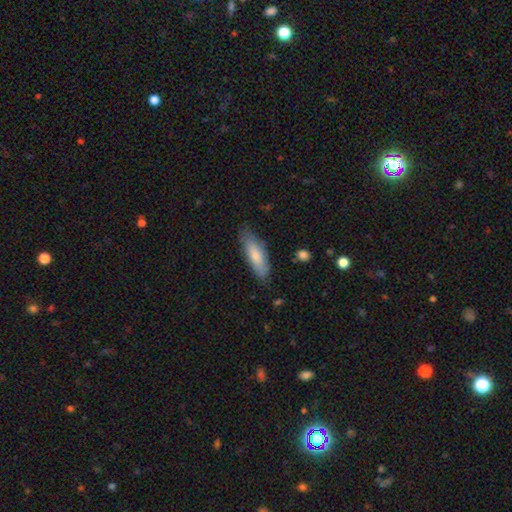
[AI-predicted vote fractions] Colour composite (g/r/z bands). It shows a smooth galaxy with no disk features (79%) that is in between round and cigar-shaped (50%). Merging: none (79%).